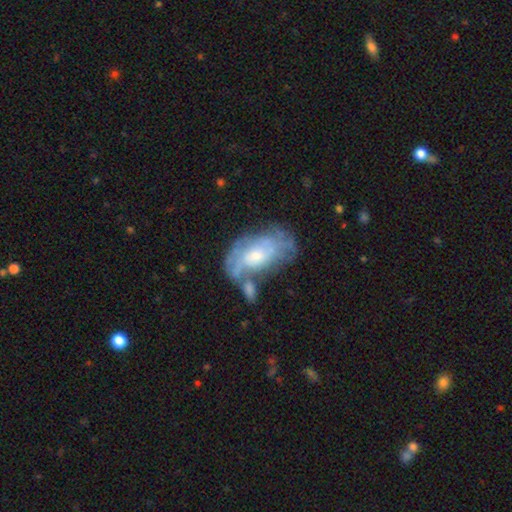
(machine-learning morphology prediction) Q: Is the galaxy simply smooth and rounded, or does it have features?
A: featured or disk — 69%.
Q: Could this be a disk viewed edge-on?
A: no — 94%.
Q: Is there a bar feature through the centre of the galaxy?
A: no — 69%.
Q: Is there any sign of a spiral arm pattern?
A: yes — 73%.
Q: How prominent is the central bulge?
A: small — 45%.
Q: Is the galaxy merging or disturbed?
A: none — 40%.